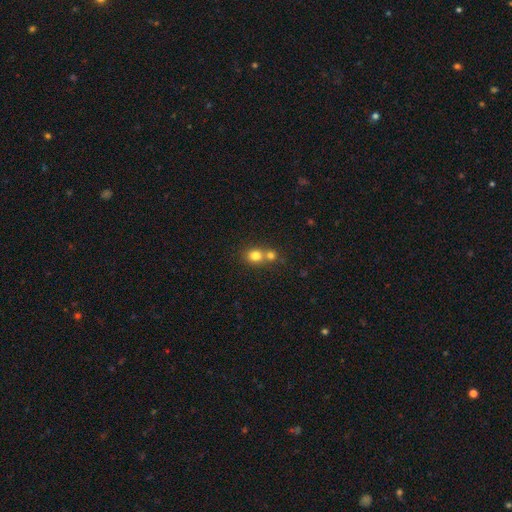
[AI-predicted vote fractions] A smooth galaxy with no disk features (79%) that is round (80%).

Vote fractions:
- Smooth or featured? smooth: 79% / star or artifact: 12% / featured or disk: 9%
- How rounded? round: 80% / in between: 19% / cigar-shaped: 1%
- Merging? merger: 49% / none: 43% / minor disturbance: 6% / major disturbance: 2%